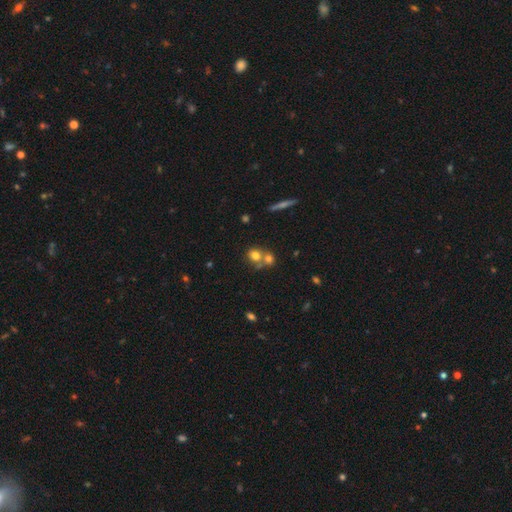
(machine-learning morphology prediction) Q: Smooth or featured?
A: smooth (72%); runner-up: featured or disk (15%)
Q: How rounded?
A: round (78%); runner-up: in between (20%)
Q: Merging?
A: merger (51%); runner-up: none (39%)